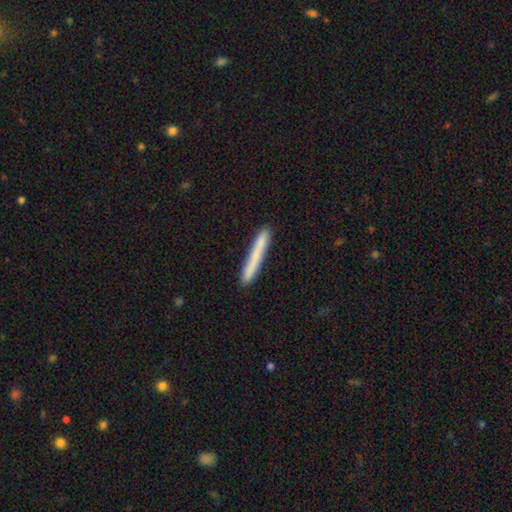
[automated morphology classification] Smooth or featured: smooth — 76% (featured or disk — 18%)
How rounded: cigar-shaped — 97% (in between — 2%)
Merging: none — 89% (minor disturbance — 8%)